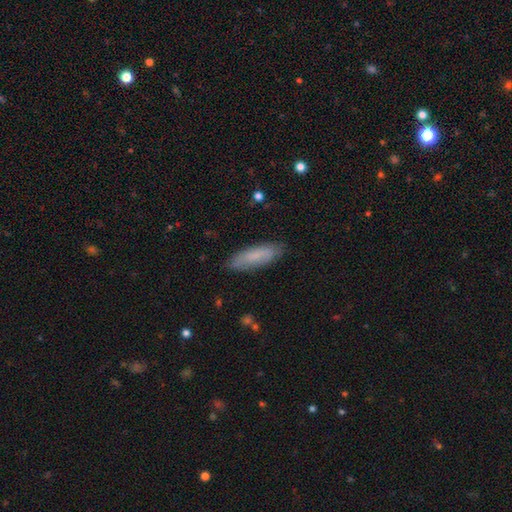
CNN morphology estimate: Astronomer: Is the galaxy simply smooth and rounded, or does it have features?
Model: smooth — 73%.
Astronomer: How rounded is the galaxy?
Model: cigar-shaped — 51% (runner-up: in between, 47%).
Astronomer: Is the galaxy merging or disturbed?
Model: none — 83%.